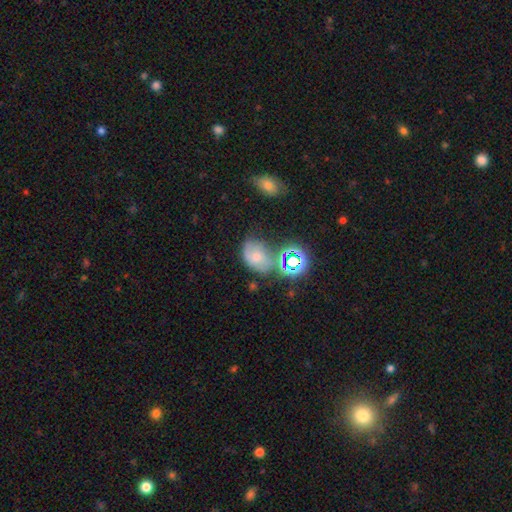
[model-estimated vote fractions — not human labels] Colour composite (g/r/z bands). It shows a smooth galaxy with no disk features (35%). Merging: none (44%).